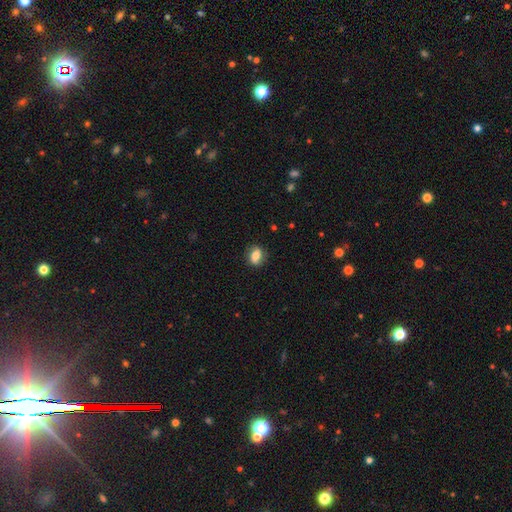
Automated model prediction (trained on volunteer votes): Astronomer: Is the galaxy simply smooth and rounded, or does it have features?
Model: smooth — 68%.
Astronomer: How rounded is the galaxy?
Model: in between — 59% (runner-up: round, 38%).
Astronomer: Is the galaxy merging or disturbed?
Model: none — 81%.